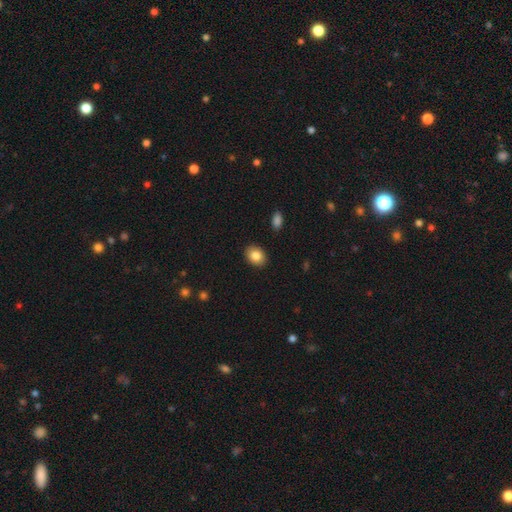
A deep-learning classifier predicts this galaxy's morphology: smooth_or_featured: smooth (p=0.86) [alt: star or artifact p=0.08]
how_rounded: in between (p=0.64) [alt: round p=0.35]
merging: none (p=0.90) [alt: minor disturbance p=0.07]